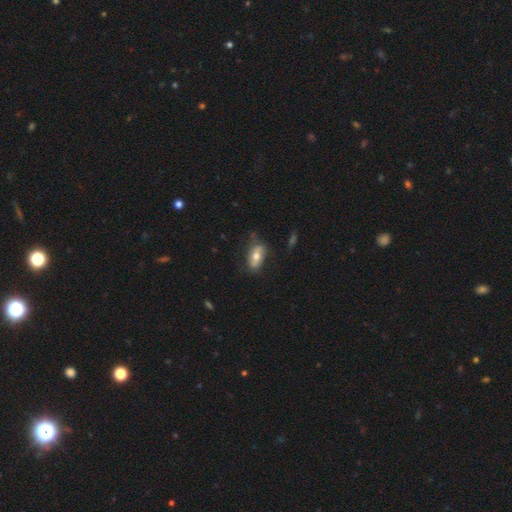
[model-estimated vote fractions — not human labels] The model was most divided on "smooth or featured": smooth: 61%, featured or disk: 32%, star or artifact: 7%. More confident: how rounded — in between (88%); merging — none (66%).